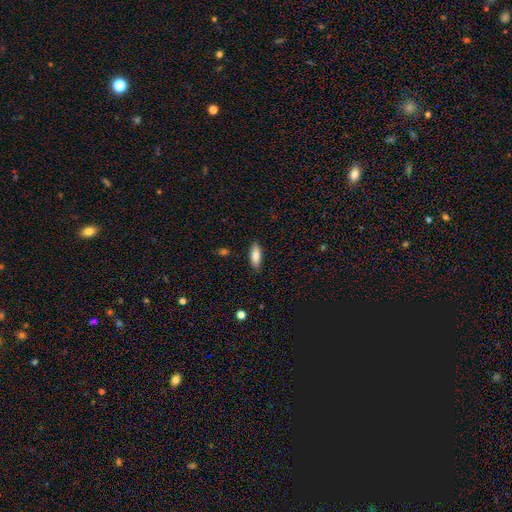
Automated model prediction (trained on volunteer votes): Smooth or featured: smooth — 83% (featured or disk — 11%)
How rounded: in between — 68% (cigar-shaped — 30%)
Merging: none — 87% (minor disturbance — 10%)